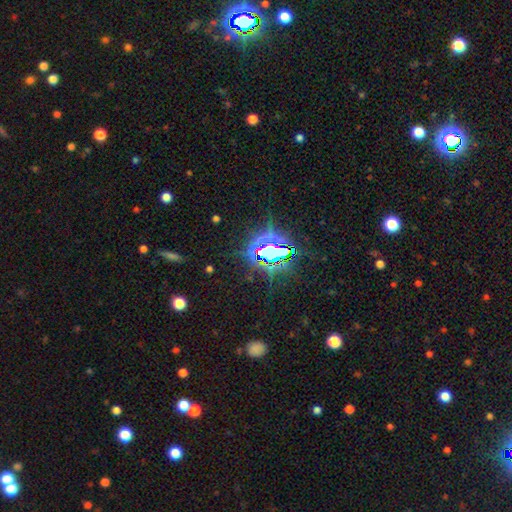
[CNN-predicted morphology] A star or artifact, not a galaxy (81%).